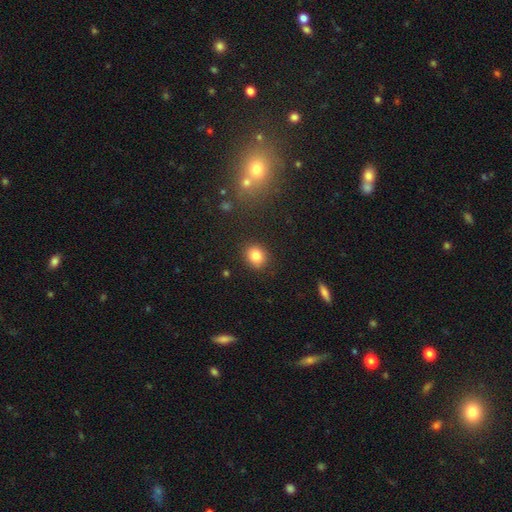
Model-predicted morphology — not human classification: This is clearly a smooth galaxy (83%). How rounded: likely round (68%). Merging: clearly none (88%).